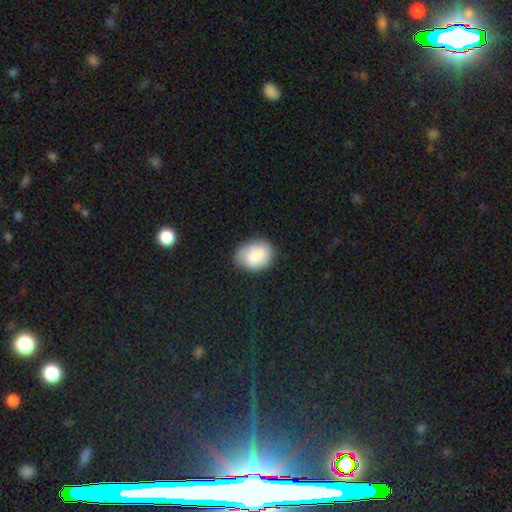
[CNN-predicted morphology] Smooth or featured? smooth (85%)
How rounded? in between (67%)
Merging? none (70%)